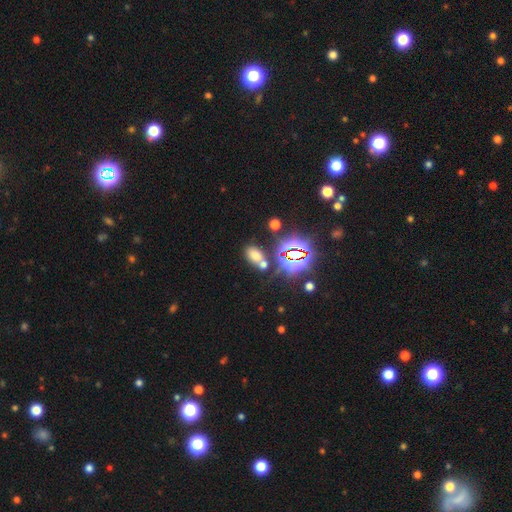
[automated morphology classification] Smooth or featured: smooth — 56% (star or artifact — 34%)
How rounded: in between — 82% (round — 16%)
Merging: none — 60% (merger — 22%)